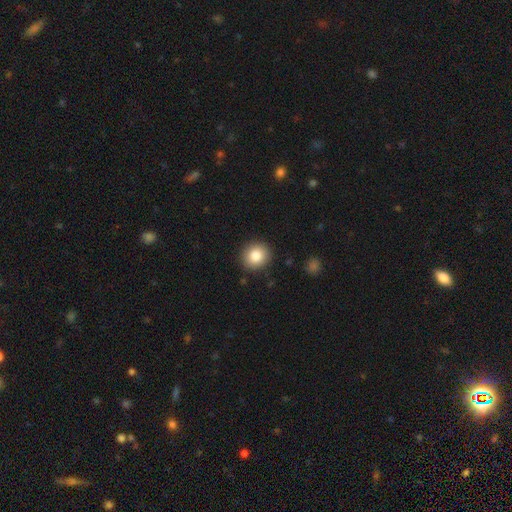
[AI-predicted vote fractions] smooth_or_featured: smooth (p=0.84) [alt: star or artifact p=0.09]
how_rounded: round (p=0.86) [alt: in between p=0.13]
merging: none (p=0.90) [alt: minor disturbance p=0.07]